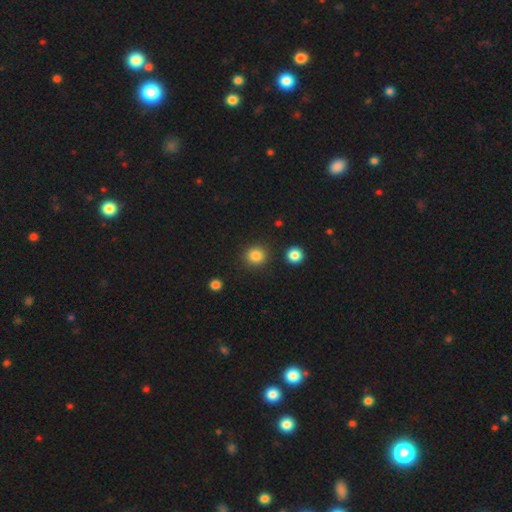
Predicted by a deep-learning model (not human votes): Smooth or featured: smooth — 84% (star or artifact — 11%)
How rounded: round — 89% (in between — 10%)
Merging: none — 87% (minor disturbance — 7%)